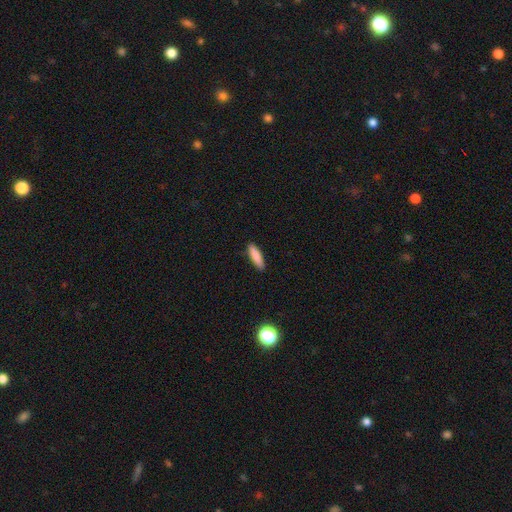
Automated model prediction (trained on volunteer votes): A smooth galaxy with no disk features (87%) that is cigar-shaped (65%). Merging: none (88%).